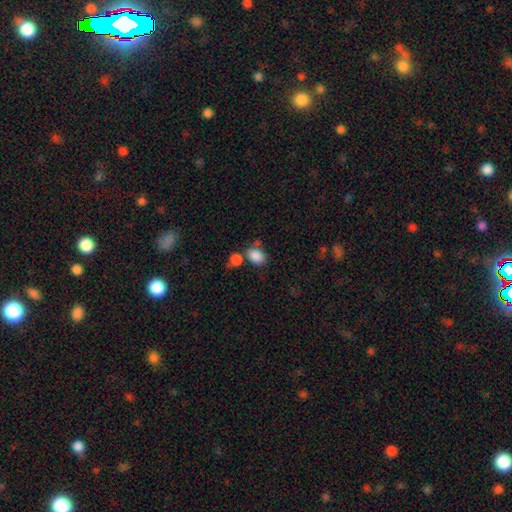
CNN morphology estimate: Smooth or featured? smooth (86%)
How rounded? in between (70%)
Merging? none (52%)